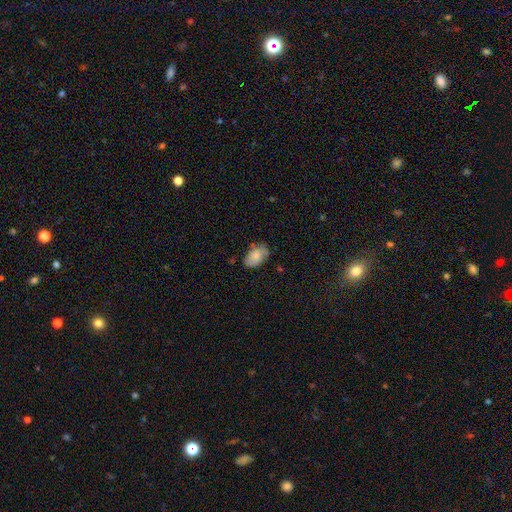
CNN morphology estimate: A smooth galaxy with no disk features (75%) that is in between round and cigar-shaped (91%). Merging: none (65%).